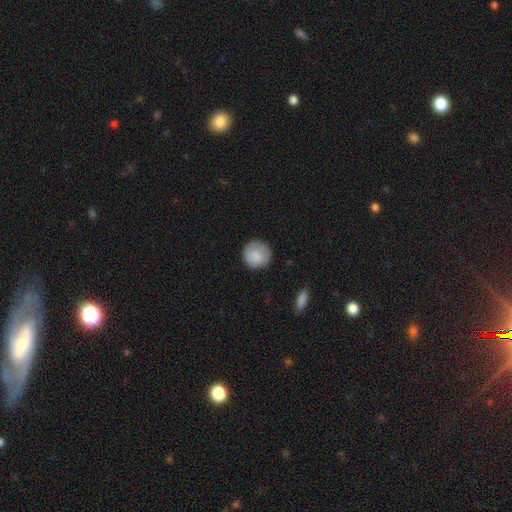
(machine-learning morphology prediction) A smooth galaxy with no disk features (86%) that is round (94%).

Vote fractions:
- Smooth or featured? smooth: 86% / featured or disk: 8% / star or artifact: 6%
- How rounded? round: 94% / in between: 5% / cigar-shaped: 1%
- Merging? none: 85% / minor disturbance: 11% / major disturbance: 3% / merger: 1%